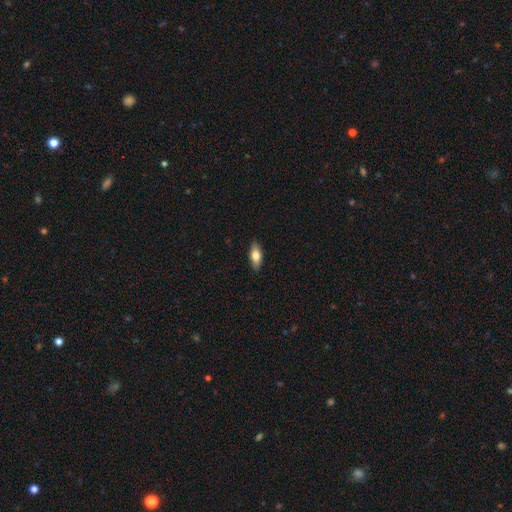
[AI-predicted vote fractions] Overall: smooth (71%). How rounded: in between (79%). Merging: none (88%).